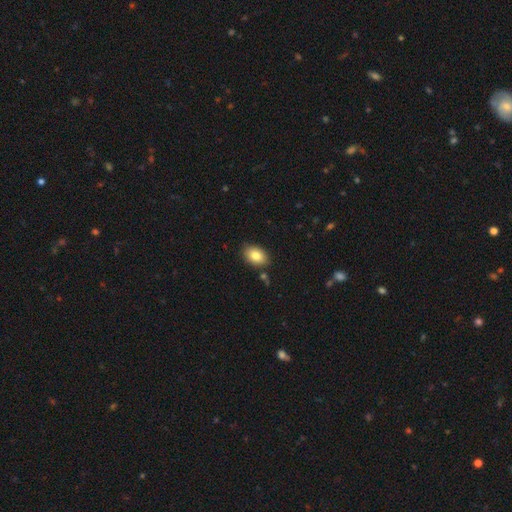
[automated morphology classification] Smooth or featured? Predicted: smooth (p=0.83). How rounded? Predicted: in between (p=0.85). Merging? Predicted: none (p=0.84).